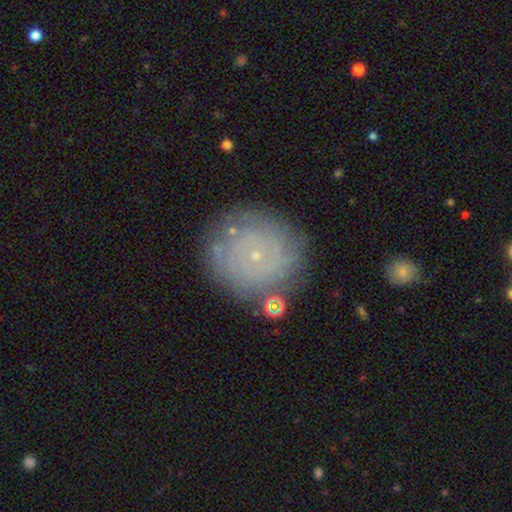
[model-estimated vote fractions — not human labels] smooth-or-featured: featured or disk: 63% | smooth: 27% | star or artifact: 10%
  disk-edge-on: no: 97% | yes: 3%
    bar: no: 88% | weak: 10% | strong: 2%
    has-spiral-arms: yes: 80% | no: 20%
    bulge-size: small: 91% | moderate: 5% | none: 2% | dominant: 1% | large: 1%
  merging: none: 80% | minor disturbance: 13% | major disturbance: 4% | merger: 2%